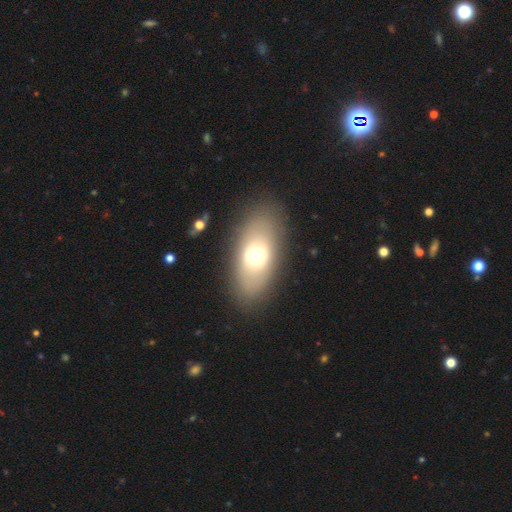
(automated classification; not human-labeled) smooth 61%, featured or disk 30%, star or artifact 9%. Down the decision tree: how rounded — in between (86%); merging — none (85%).